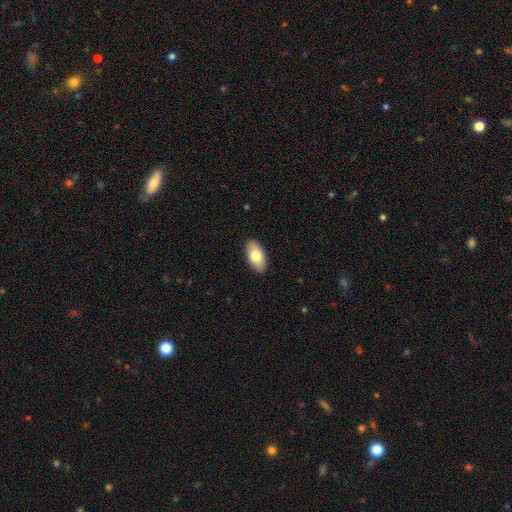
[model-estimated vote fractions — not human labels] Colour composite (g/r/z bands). It shows a smooth galaxy with no disk features (77%) that is in between round and cigar-shaped (93%). Merging: none (89%).